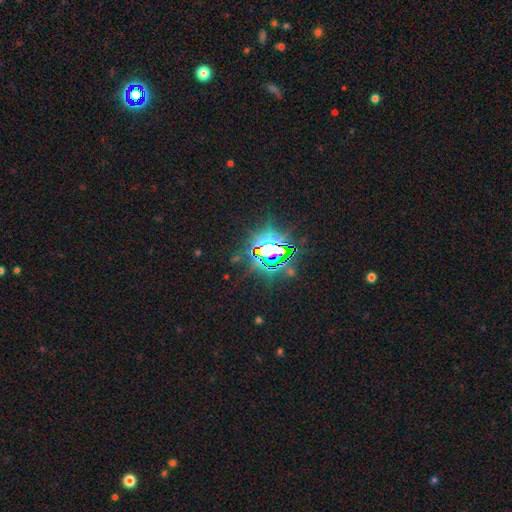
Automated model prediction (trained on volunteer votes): Smooth or featured? star or artifact (85%)